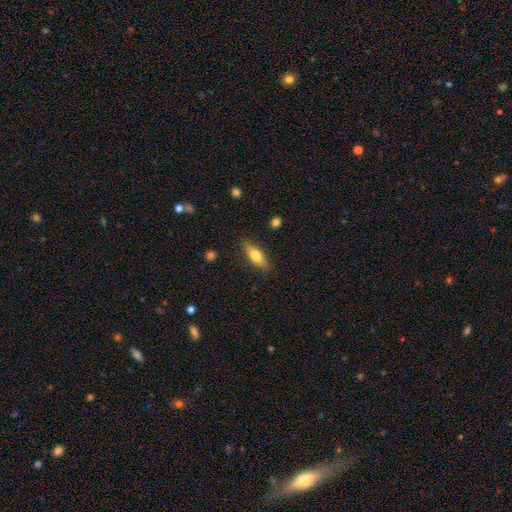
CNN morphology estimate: The model was most divided on "how rounded": in between: 55%, cigar-shaped: 43%, round: 3%. More confident: merging — none (86%); smooth or featured — smooth (67%).